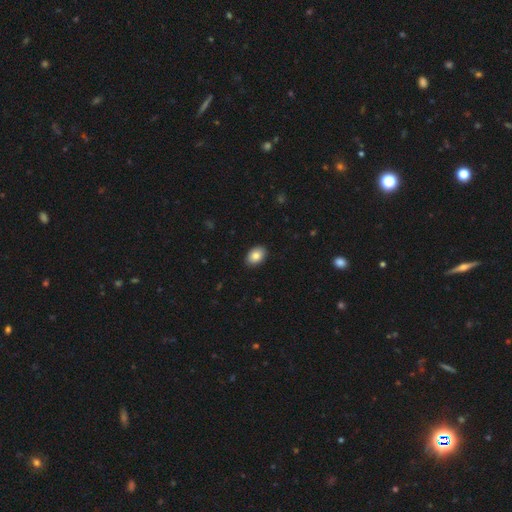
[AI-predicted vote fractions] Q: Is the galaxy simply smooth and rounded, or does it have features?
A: smooth — 85%.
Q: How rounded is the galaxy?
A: in between — 84%.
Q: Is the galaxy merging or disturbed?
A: none — 90%.